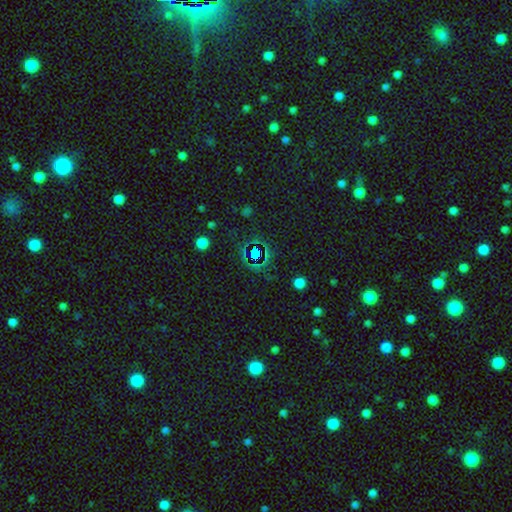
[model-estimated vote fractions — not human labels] Q: Smooth or featured?
A: star or artifact (74%); runner-up: smooth (17%)